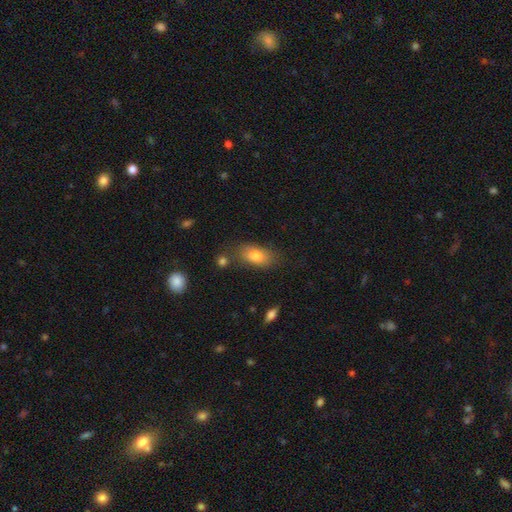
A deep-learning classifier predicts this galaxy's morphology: type=smooth (79%); roundness=in between (88%); merging=none (71%).